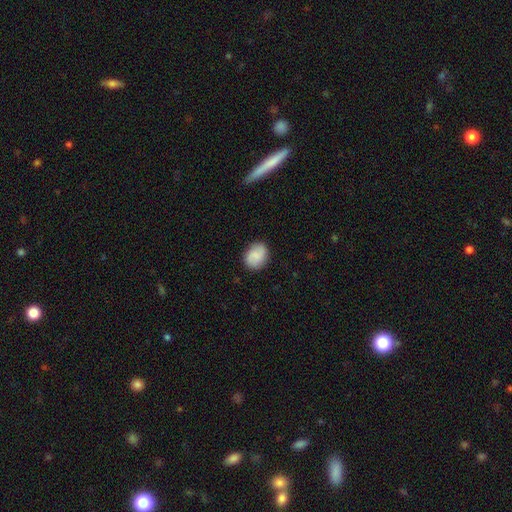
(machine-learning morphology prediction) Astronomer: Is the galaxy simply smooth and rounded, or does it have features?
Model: smooth — 74%.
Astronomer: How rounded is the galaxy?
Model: round — 52% (runner-up: in between, 47%).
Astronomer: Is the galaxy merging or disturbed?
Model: none — 85%.